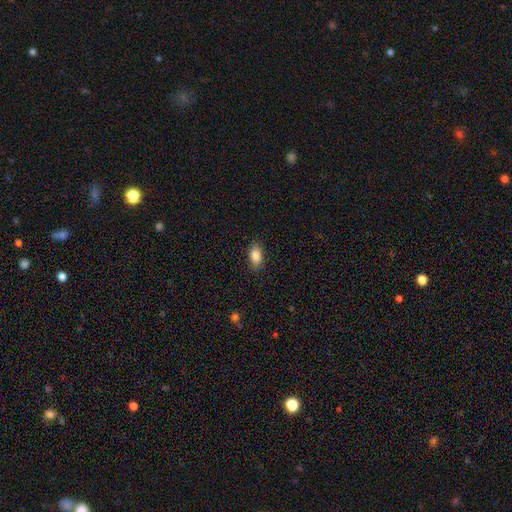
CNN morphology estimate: Smooth or featured?
  - smooth: 86% *
  - star or artifact: 7%
  - featured or disk: 7%
How rounded?
  - in between: 90% *
  - round: 5%
  - cigar-shaped: 5%
Merging?
  - none: 88% *
  - minor disturbance: 9%
  - major disturbance: 2%
  - merger: 1%